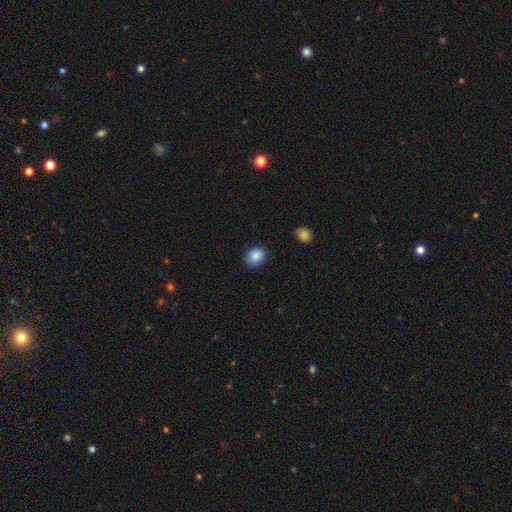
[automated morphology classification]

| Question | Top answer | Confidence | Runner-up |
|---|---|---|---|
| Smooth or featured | smooth | 88% | star or artifact (8%) |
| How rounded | round | 65% | in between (35%) |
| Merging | none | 86% | minor disturbance (10%) |